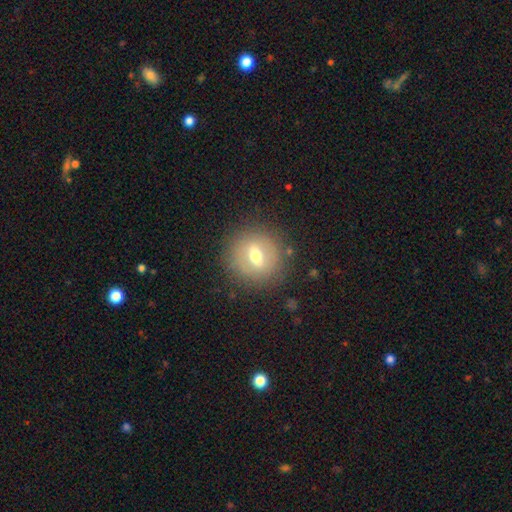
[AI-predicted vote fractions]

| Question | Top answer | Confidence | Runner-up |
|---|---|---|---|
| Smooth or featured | smooth | 51% | featured or disk (37%) |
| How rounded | round | 84% | in between (15%) |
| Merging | none | 87% | minor disturbance (9%) |